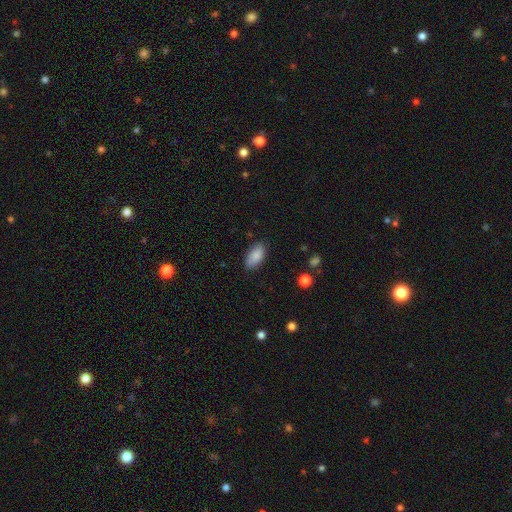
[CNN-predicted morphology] Q: Smooth or featured?
A: smooth (87%); runner-up: star or artifact (7%)
Q: How rounded?
A: in between (93%); runner-up: cigar-shaped (4%)
Q: Merging?
A: none (85%); runner-up: minor disturbance (12%)